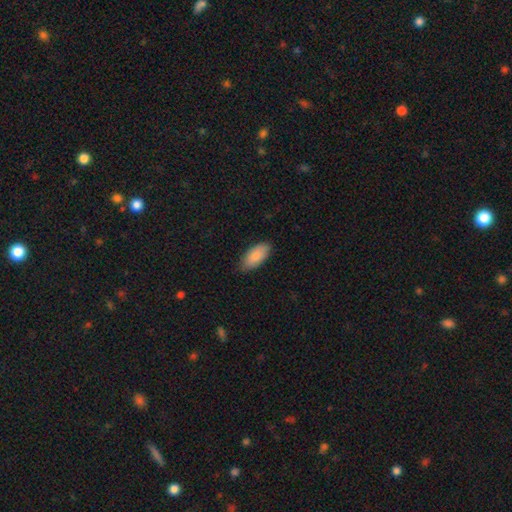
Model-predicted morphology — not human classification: A smooth galaxy with no disk features (86%) that is in between round and cigar-shaped (91%).

Vote fractions:
- Smooth or featured? smooth: 86% / featured or disk: 8% / star or artifact: 6%
- How rounded? in between: 91% / cigar-shaped: 7% / round: 2%
- Merging? none: 82% / minor disturbance: 15% / major disturbance: 2% / merger: 1%